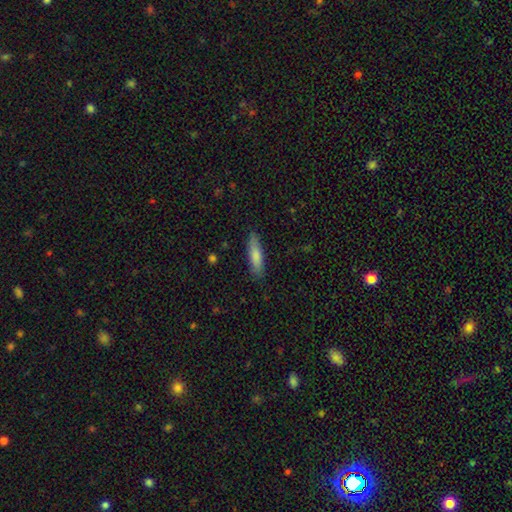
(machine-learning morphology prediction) type=smooth (80%); roundness=cigar-shaped (69%); merging=none (85%).